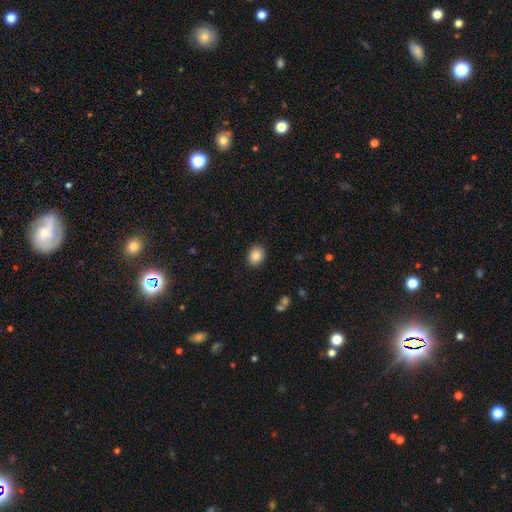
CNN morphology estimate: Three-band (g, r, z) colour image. It shows a smooth galaxy with no disk features (86%) that is round (53%). Merging: none (89%).